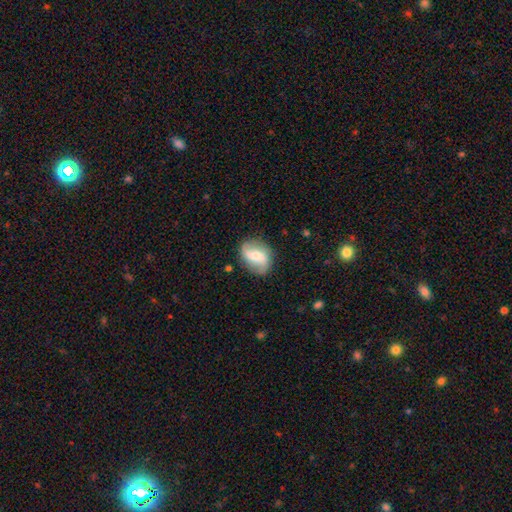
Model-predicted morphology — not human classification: Smooth or featured?
  - featured or disk: 61% *
  - smooth: 33%
  - star or artifact: 7%
Edge-on disk?
  - no: 96% *
  - yes: 4%
Bar?
  - weak: 41% *
  - no: 30%
  - strong: 29%
Spiral arms?
  - yes: 84% *
  - no: 16%
Bulge size?
  - moderate: 50% *
  - small: 42%
  - large: 4%
  - none: 3%
  - dominant: 1%
Merging?
  - none: 81% *
  - minor disturbance: 13%
  - major disturbance: 4%
  - merger: 2%